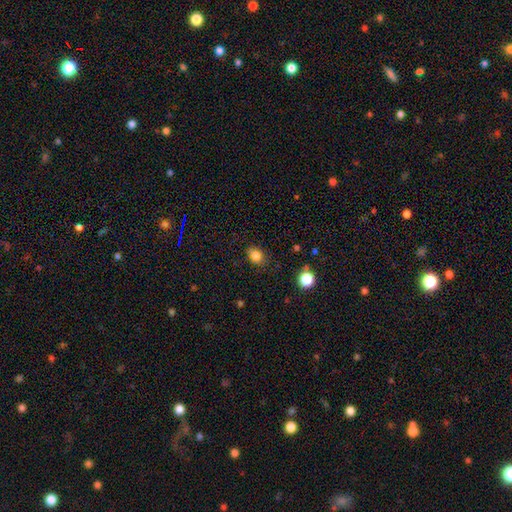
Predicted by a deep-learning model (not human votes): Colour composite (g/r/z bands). It shows a smooth galaxy with no disk features (83%) that is in between round and cigar-shaped (51%). Merging: none (79%).